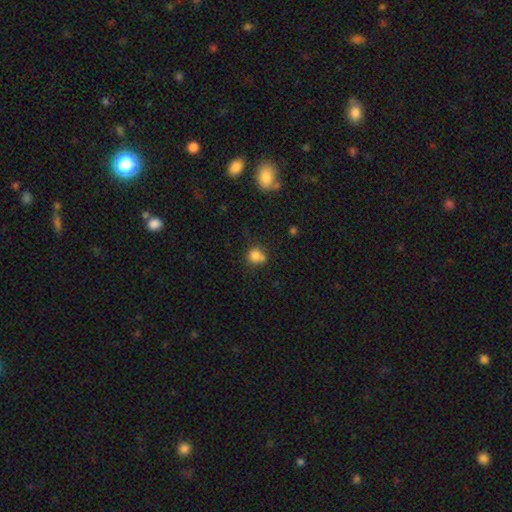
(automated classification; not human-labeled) A smooth galaxy with no disk features (80%) that is round (80%). Merging: none (53%).